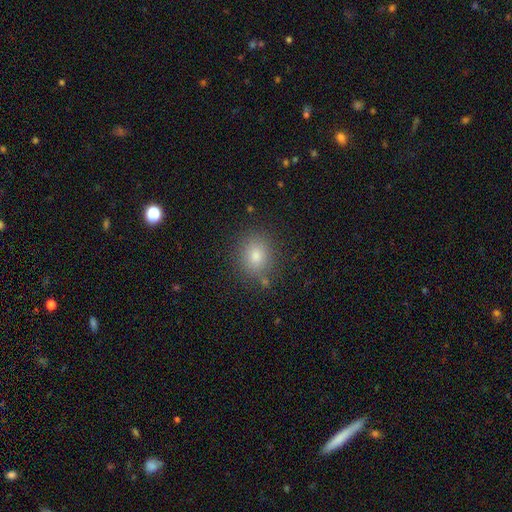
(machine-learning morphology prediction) smooth 77%, star or artifact 14%, featured or disk 8%. Down the decision tree: how rounded — round (72%); merging — none (84%).